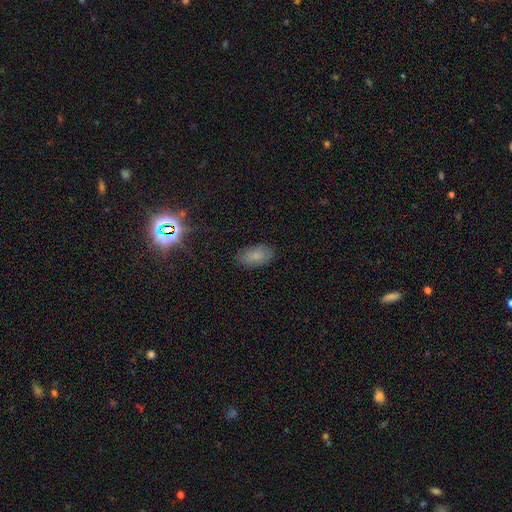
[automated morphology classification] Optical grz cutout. It shows a smooth galaxy with no disk features (79%) that is in between round and cigar-shaped (93%). Merging: none (84%).